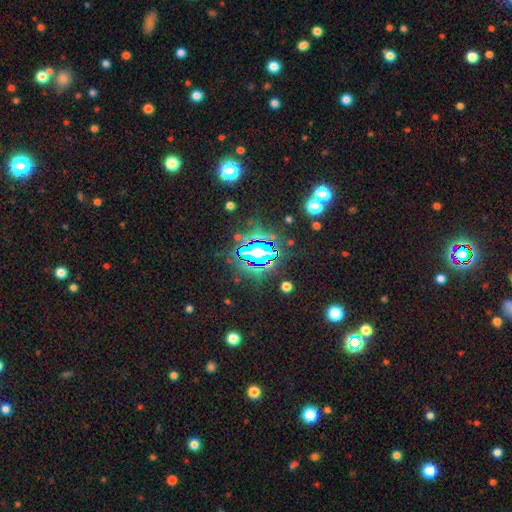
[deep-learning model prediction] Morphology: type=star or artifact (69%).